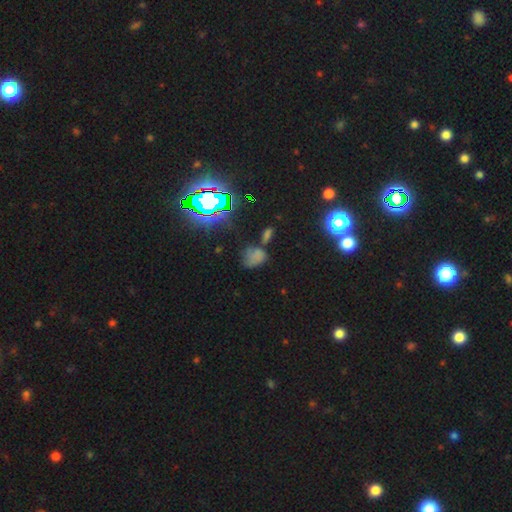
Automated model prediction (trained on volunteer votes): A smooth galaxy with no disk features (51%) that is in between round and cigar-shaped (65%). Merging: none (38%).